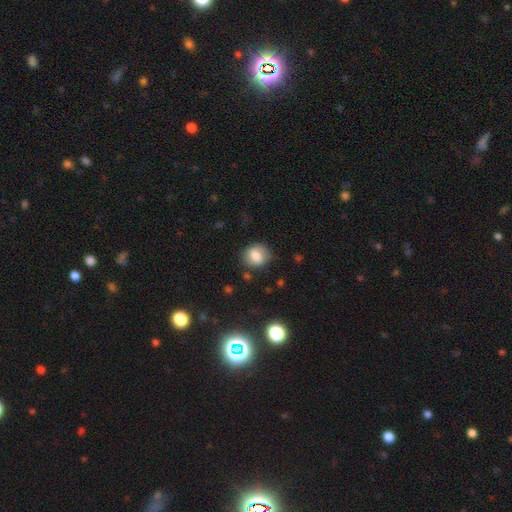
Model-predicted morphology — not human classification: This appears to be a smooth galaxy with no disk features (75%) that is round (68%). Merging: none (75%).